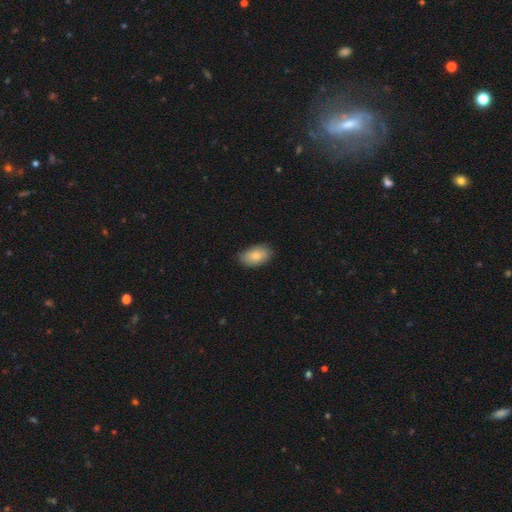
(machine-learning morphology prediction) Smooth or featured? Predicted: smooth (p=0.84). How rounded? Predicted: in between (p=0.93). Merging? Predicted: none (p=0.78).